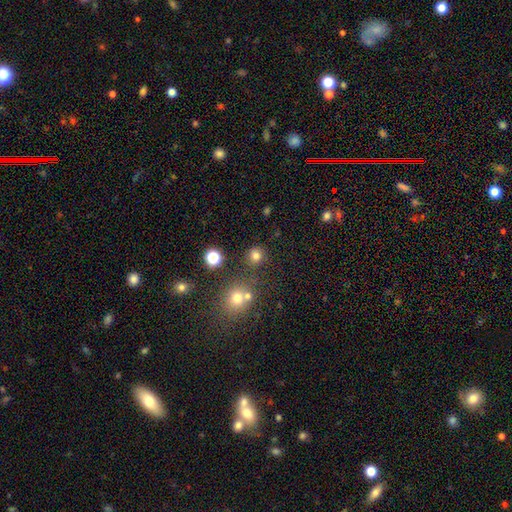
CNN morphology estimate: Smooth or featured?
  - smooth: 76% *
  - star or artifact: 18%
  - featured or disk: 6%
How rounded?
  - round: 89% *
  - in between: 10%
  - cigar-shaped: 1%
Merging?
  - none: 81% *
  - minor disturbance: 9%
  - merger: 7%
  - major disturbance: 3%